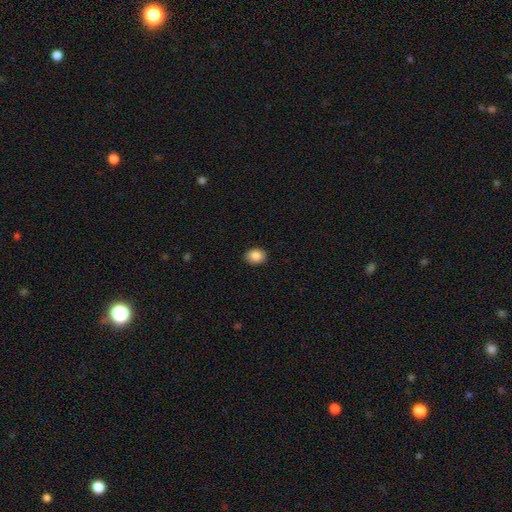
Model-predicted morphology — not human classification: Smooth or featured? smooth (86%)
How rounded? in between (55%)
Merging? none (89%)